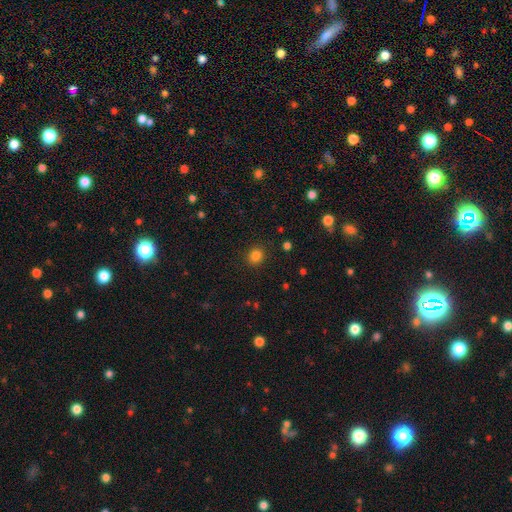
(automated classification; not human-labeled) A smooth galaxy with no disk features (83%) that is round (75%).

Vote fractions:
- Smooth or featured? smooth: 83% / star or artifact: 13% / featured or disk: 4%
- How rounded? round: 75% / in between: 24% / cigar-shaped: 1%
- Merging? none: 90% / minor disturbance: 7% / major disturbance: 2% / merger: 1%